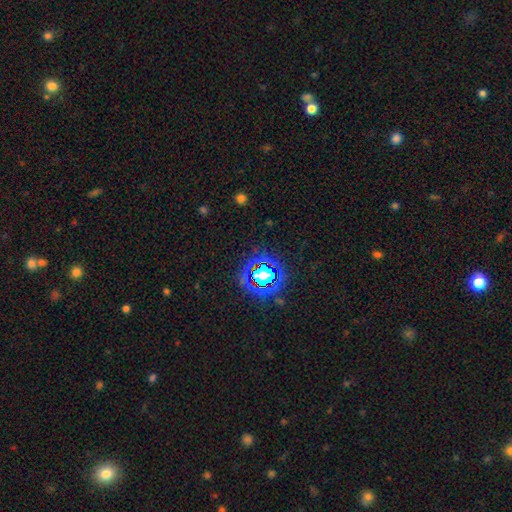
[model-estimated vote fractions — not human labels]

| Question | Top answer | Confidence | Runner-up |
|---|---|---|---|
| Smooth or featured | star or artifact | 77% | smooth (15%) |